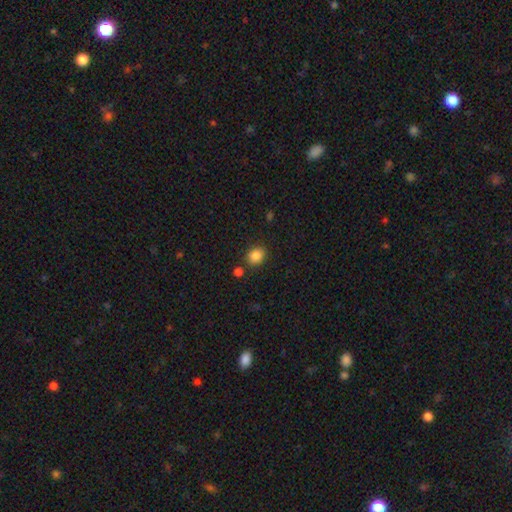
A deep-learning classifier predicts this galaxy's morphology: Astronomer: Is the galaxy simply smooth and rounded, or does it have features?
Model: smooth — 85%.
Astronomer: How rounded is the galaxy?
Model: round — 58% (runner-up: in between, 41%).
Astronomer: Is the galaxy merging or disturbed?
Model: none — 82%.